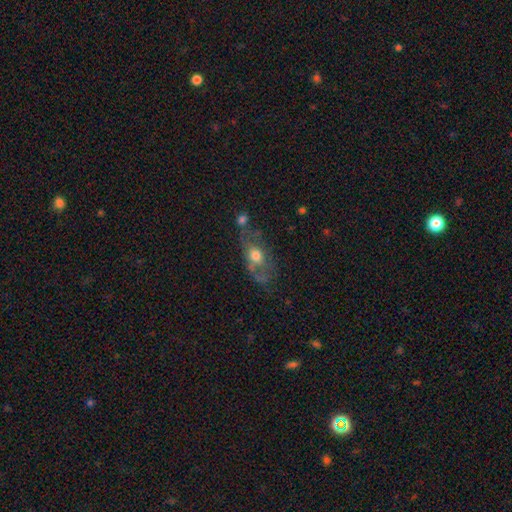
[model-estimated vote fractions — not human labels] A smooth galaxy with no disk features (47%). Merging: none (40%).